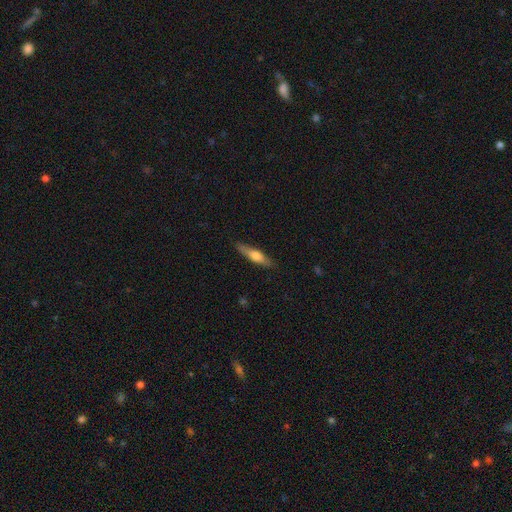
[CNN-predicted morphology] Smooth or featured?
  - smooth: 55% *
  - featured or disk: 39%
  - star or artifact: 5%
How rounded?
  - cigar-shaped: 77% *
  - in between: 21%
  - round: 2%
Merging?
  - none: 87% *
  - minor disturbance: 10%
  - major disturbance: 2%
  - merger: 1%